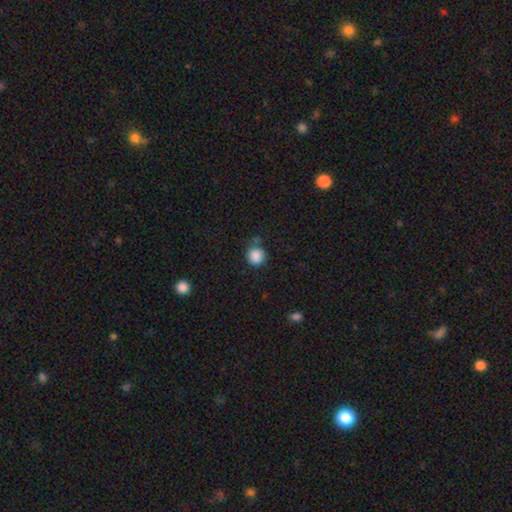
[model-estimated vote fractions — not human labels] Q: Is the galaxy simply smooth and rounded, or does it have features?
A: smooth — 87%.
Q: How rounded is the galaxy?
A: round — 90%.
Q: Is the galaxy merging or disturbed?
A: none — 73%.